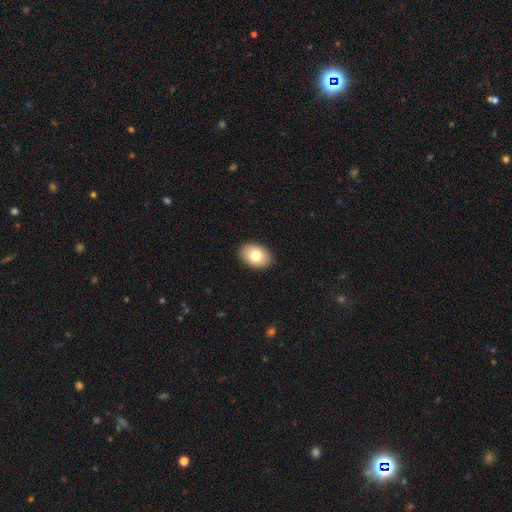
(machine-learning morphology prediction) A smooth galaxy with no disk features (78%) that is in between round and cigar-shaped (80%). Merging: none (90%).